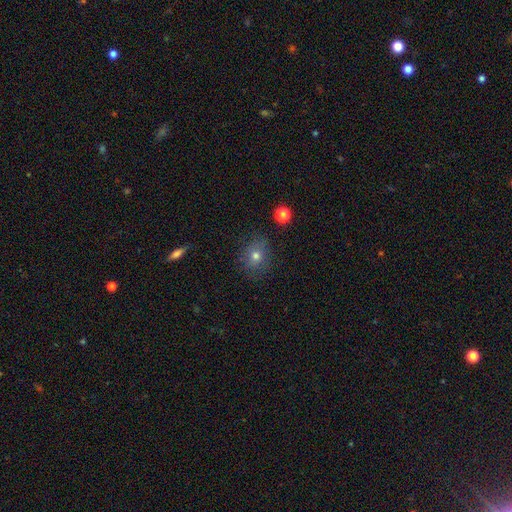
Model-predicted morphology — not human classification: Overall: smooth (70%). How rounded: round (67%; in between 32%). Merging: none (80%).